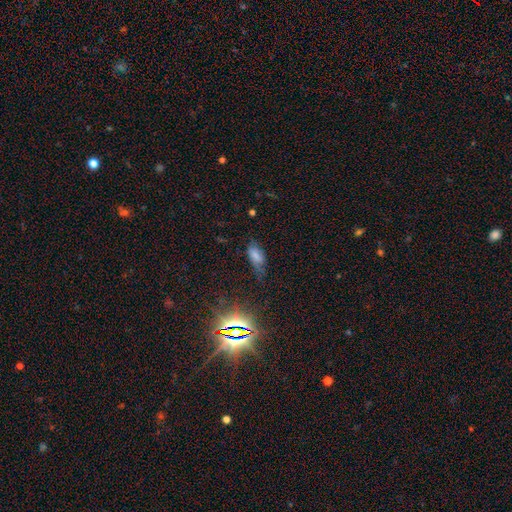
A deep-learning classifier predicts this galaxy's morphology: Smooth or featured: smooth — 67% (star or artifact — 17%)
How rounded: in between — 84% (cigar-shaped — 12%)
Merging: none — 49% (minor disturbance — 34%)